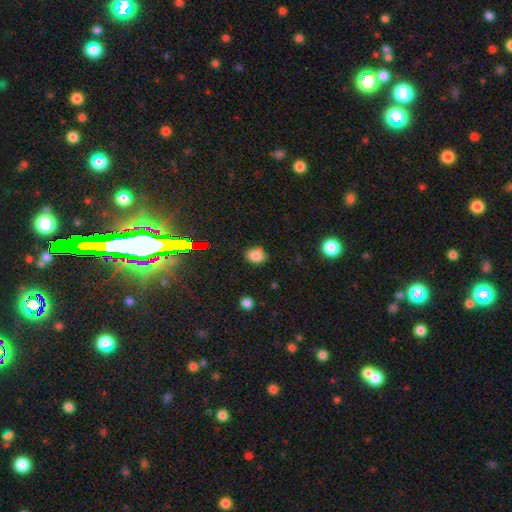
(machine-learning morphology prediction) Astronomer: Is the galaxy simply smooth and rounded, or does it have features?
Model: smooth — 79%.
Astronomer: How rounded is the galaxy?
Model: in between — 52% (runner-up: round, 47%).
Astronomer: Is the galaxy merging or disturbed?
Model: none — 81%.